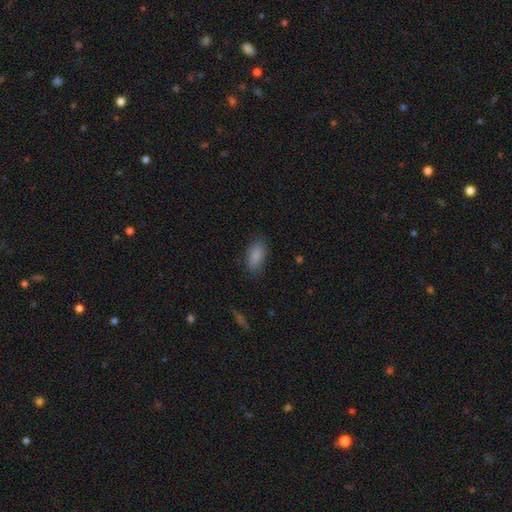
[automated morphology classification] smooth 87%, star or artifact 7%, featured or disk 6%. Down the decision tree: how rounded — in between (90%); merging — none (82%).